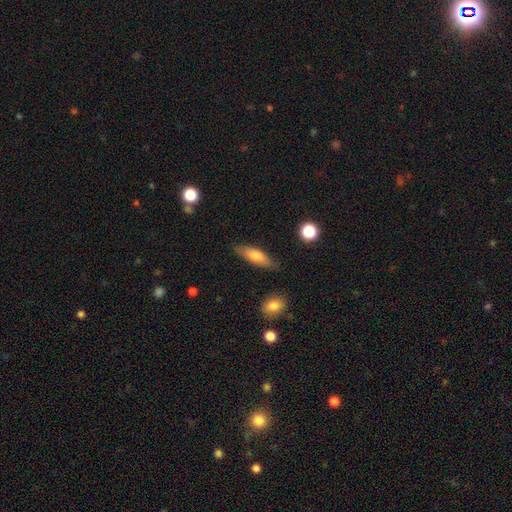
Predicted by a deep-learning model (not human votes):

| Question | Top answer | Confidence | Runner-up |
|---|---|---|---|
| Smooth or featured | smooth | 70% | featured or disk (24%) |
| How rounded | in between | 53% | cigar-shaped (44%) |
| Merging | none | 80% | minor disturbance (15%) |